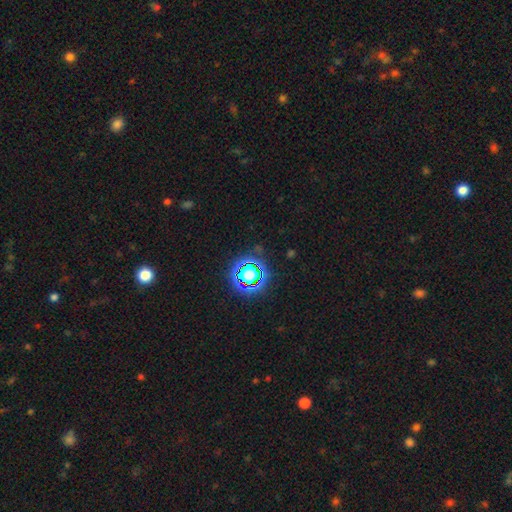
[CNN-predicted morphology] Smooth or featured?
  - star or artifact: 78% *
  - smooth: 14%
  - featured or disk: 8%